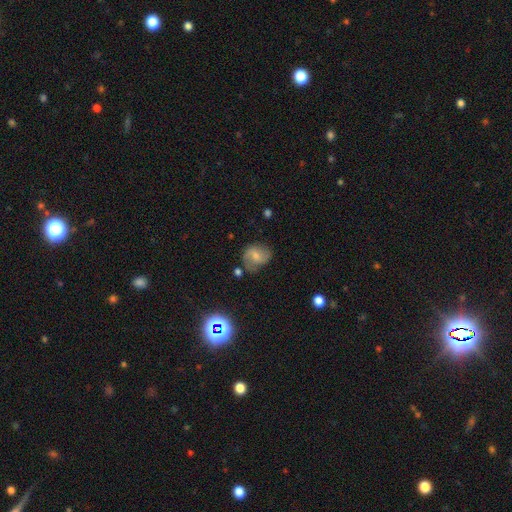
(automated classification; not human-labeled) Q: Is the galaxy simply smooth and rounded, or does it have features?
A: featured or disk — 50%.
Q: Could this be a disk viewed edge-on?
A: no — 97%.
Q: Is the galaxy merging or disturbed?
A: none — 62%.